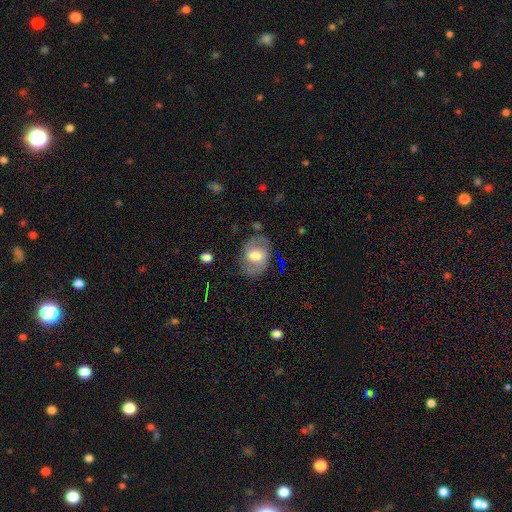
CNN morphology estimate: featured or disk 49%, smooth 44%, star or artifact 7%. Down the decision tree: merging — none (71%).